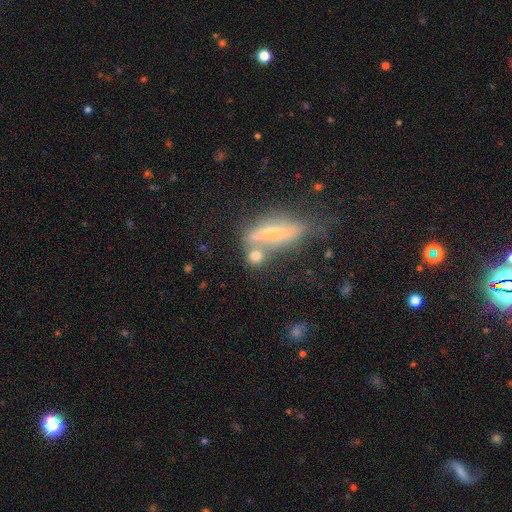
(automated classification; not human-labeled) Q: Smooth or featured?
A: smooth (68%); runner-up: featured or disk (18%)
Q: How rounded?
A: round (57%); runner-up: in between (30%)
Q: Merging?
A: none (54%); runner-up: merger (27%)